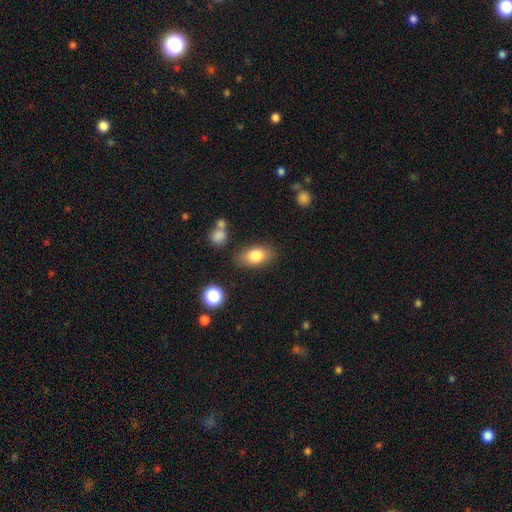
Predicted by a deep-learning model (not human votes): Smooth or featured: smooth — 80% (featured or disk — 11%)
How rounded: in between — 87% (round — 10%)
Merging: none — 79% (minor disturbance — 13%)